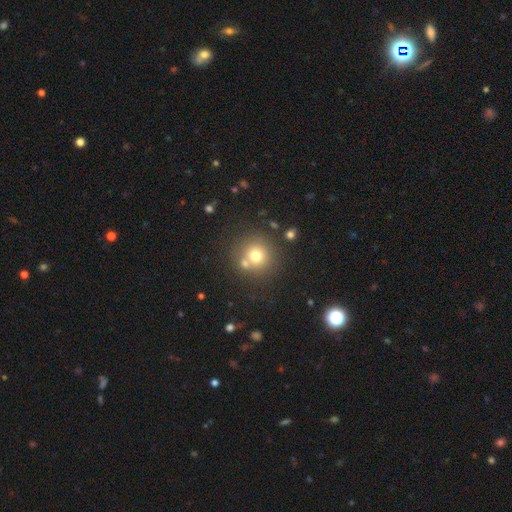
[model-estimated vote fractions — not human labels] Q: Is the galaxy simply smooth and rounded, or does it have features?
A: smooth — 71%.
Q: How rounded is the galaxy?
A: round — 93%.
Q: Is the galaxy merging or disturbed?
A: none — 69%.